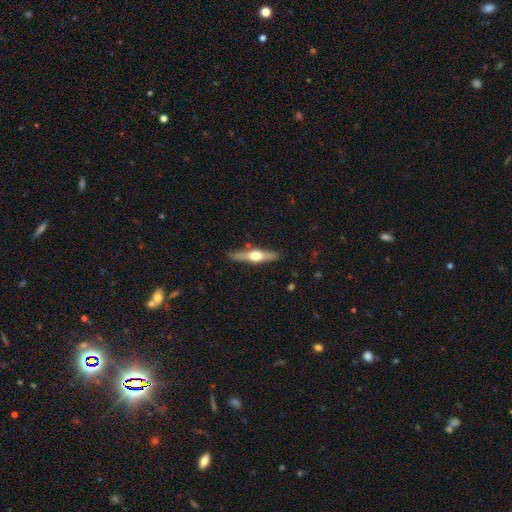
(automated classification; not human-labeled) Smooth or featured: featured or disk — 62% (smooth — 32%)
Edge-on disk: yes — 95% (no — 5%)
Edge-on bulge: rounded — 94% (boxy — 4%)
Merging: none — 86% (minor disturbance — 10%)